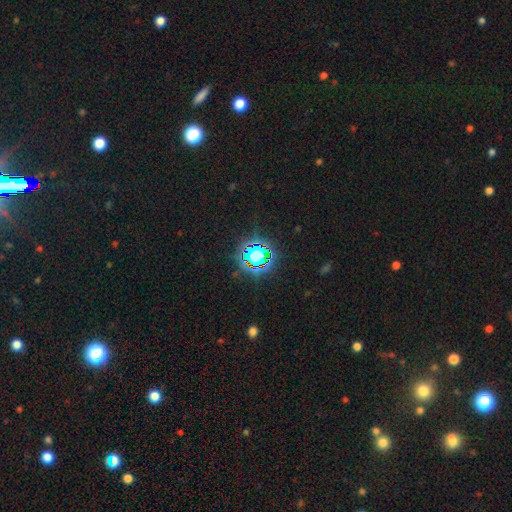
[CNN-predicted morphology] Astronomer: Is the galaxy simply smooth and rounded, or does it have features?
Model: star or artifact — 68%.